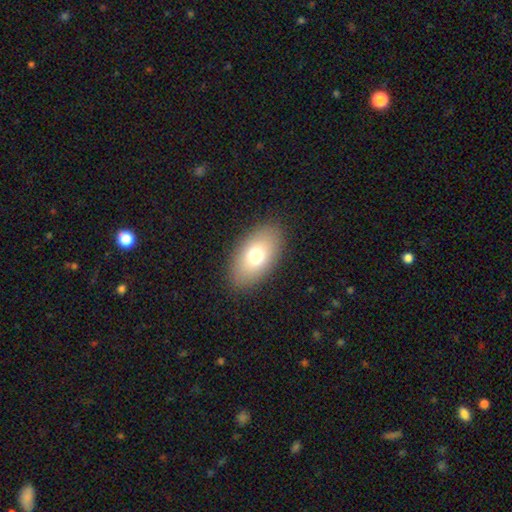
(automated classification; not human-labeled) This appears to be a smooth galaxy with no disk features (73%) that is in between round and cigar-shaped (92%). Merging: none (87%).